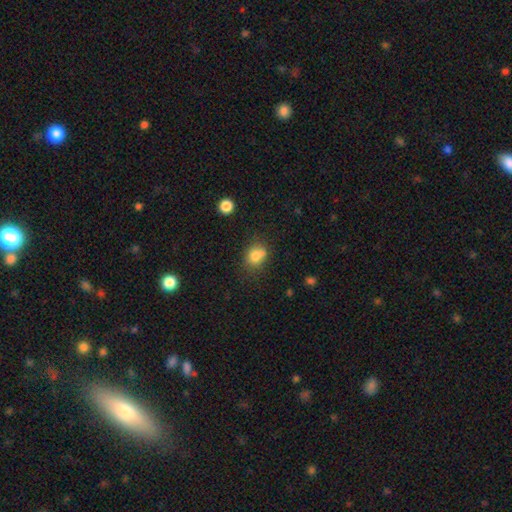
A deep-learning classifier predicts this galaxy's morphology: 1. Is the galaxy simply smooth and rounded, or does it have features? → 77% smooth, 12% star or artifact, 11% featured or disk.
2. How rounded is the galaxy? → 59% round, 40% in between, 1% cigar-shaped.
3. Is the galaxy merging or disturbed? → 54% none, 20% merger, 19% minor disturbance, 6% major disturbance.